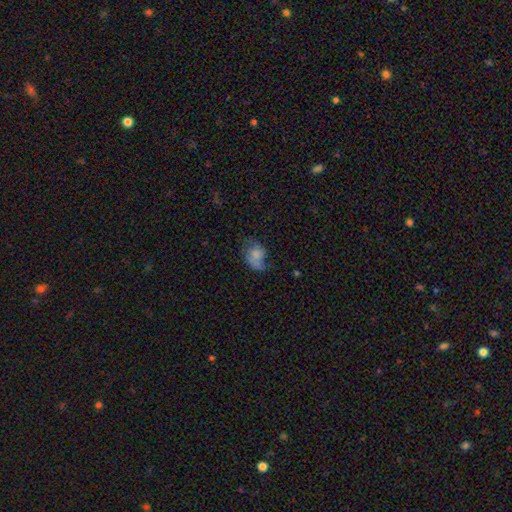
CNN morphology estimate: smooth 55%, featured or disk 34%, star or artifact 10%. Down the decision tree: how rounded — in between (62%); merging — none (34%).